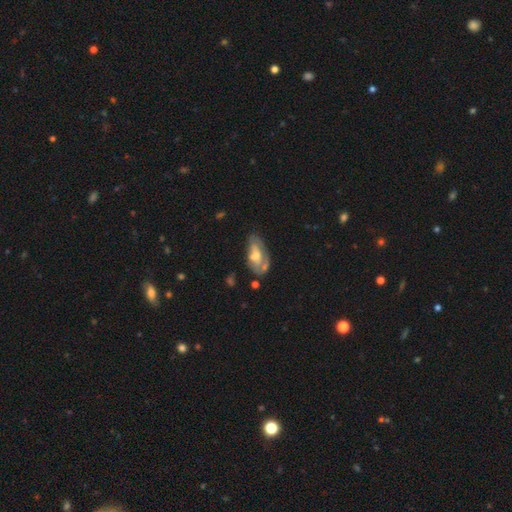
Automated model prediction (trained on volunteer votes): Smooth or featured: featured or disk — 55% (smooth — 37%)
Edge-on disk: no — 91% (yes — 9%)
Bar: no — 63% (weak — 30%)
Spiral arms: yes — 57% (no — 43%)
Bulge size: moderate — 46% (small — 24%)
Merging: none — 43% (minor disturbance — 29%)